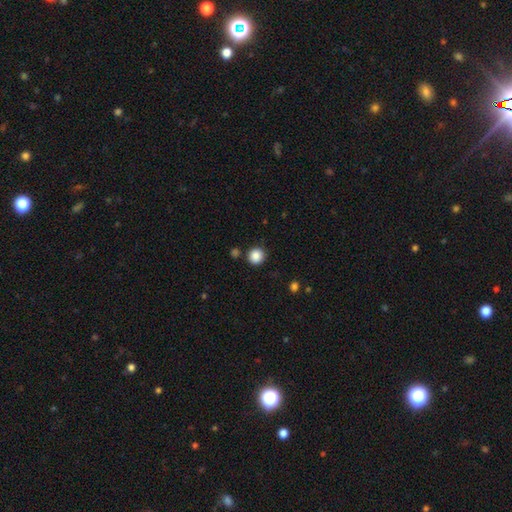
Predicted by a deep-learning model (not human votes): Smooth or featured? Predicted: smooth (p=0.87). How rounded? Predicted: round (p=0.93). Merging? Predicted: none (p=0.87).